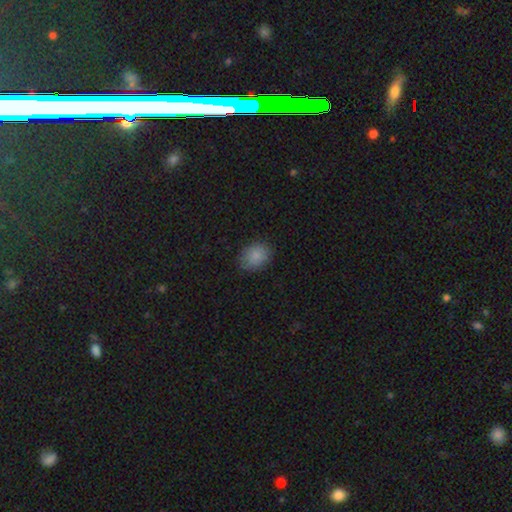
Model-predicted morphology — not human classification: The model was most divided on "how rounded": in between: 58%, round: 41%, cigar-shaped: 1%. More confident: smooth or featured — smooth (87%); merging — none (83%).